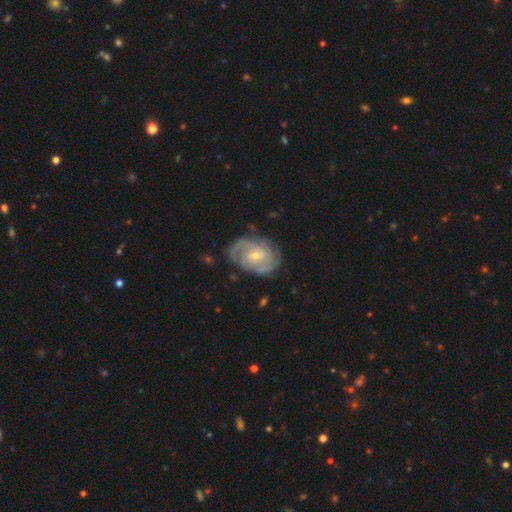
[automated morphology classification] type=featured or disk (88%); edge-on=no (97%); bar=no (50%); spiral arms=yes (97%); winding=tight (63%); arm count=2 (49%); bulge=small (57%); merging=none (74%).